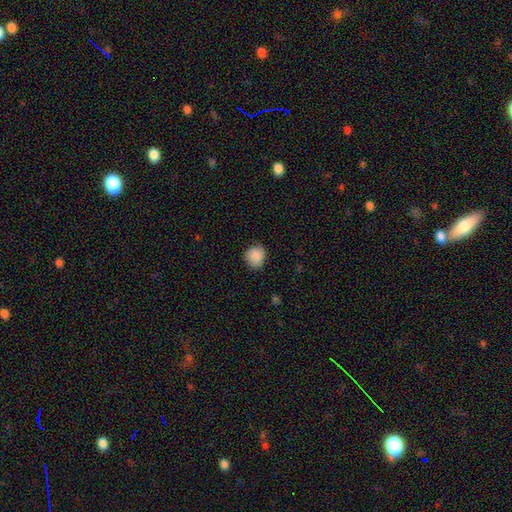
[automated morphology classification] This appears to be a smooth galaxy with no disk features (88%) that is round (78%). Merging: none (80%).